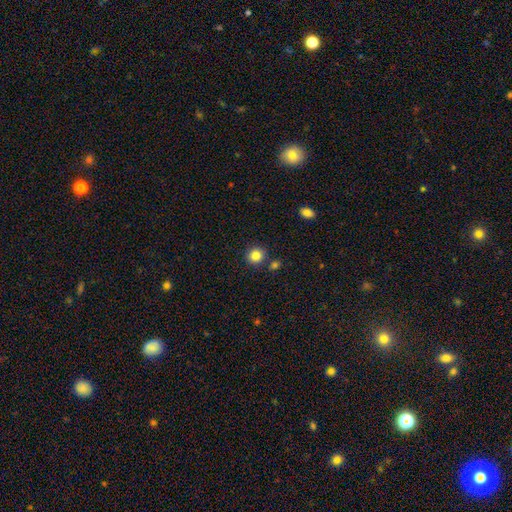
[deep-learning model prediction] Smooth or featured: smooth — 84% (star or artifact — 10%)
How rounded: round — 91% (in between — 8%)
Merging: none — 83% (minor disturbance — 7%)